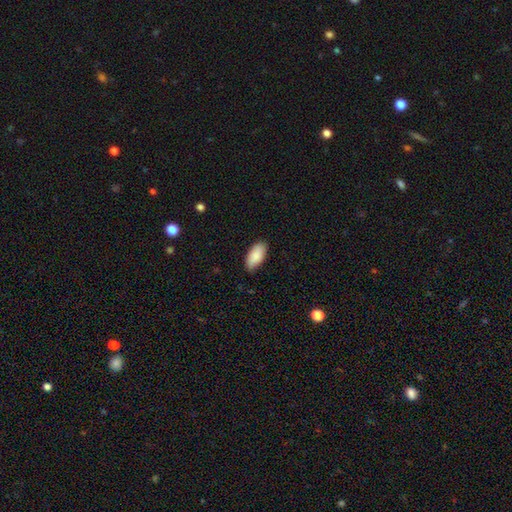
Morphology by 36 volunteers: smooth 86%, featured or disk 8%, star or artifact 6%. Down the decision tree: how rounded — in between (87%); merging — none (76%).